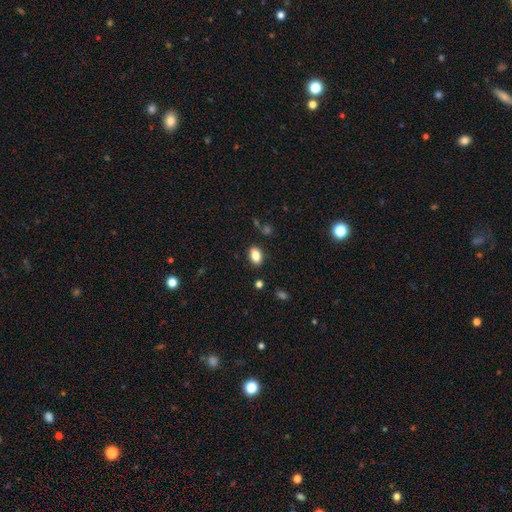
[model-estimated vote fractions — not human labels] Overall: smooth (84%). How rounded: in between (87%). Merging: none (85%).